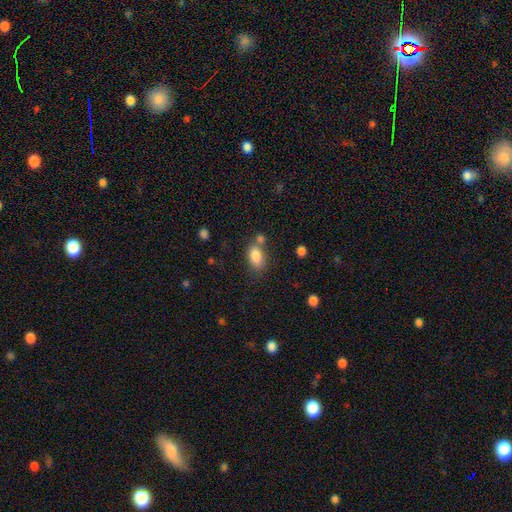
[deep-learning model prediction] Smooth or featured?
  - smooth: 84% *
  - star or artifact: 8%
  - featured or disk: 8%
How rounded?
  - in between: 87% *
  - round: 10%
  - cigar-shaped: 3%
Merging?
  - none: 57% *
  - merger: 21%
  - minor disturbance: 17%
  - major disturbance: 6%